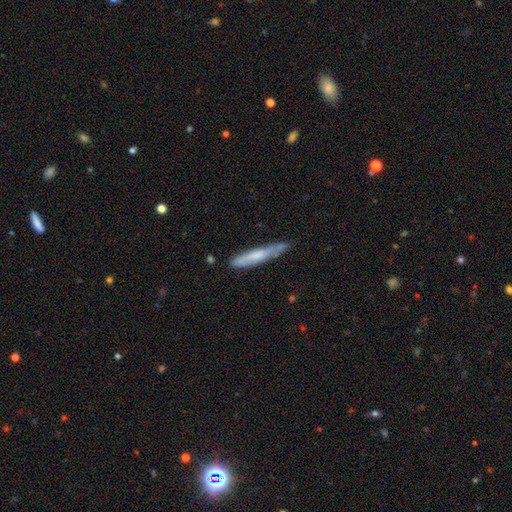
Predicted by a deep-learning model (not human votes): smooth_or_featured: smooth (p=0.55) [alt: featured or disk p=0.39]
how_rounded: cigar-shaped (p=0.92) [alt: in between p=0.06]
merging: none (p=0.71) [alt: minor disturbance p=0.22]